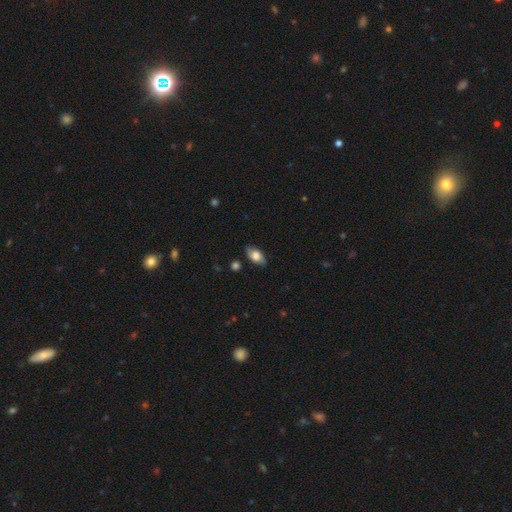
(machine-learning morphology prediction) Smooth or featured? Predicted: smooth (p=0.76). How rounded? Predicted: in between (p=0.91). Merging? Predicted: none (p=0.83).